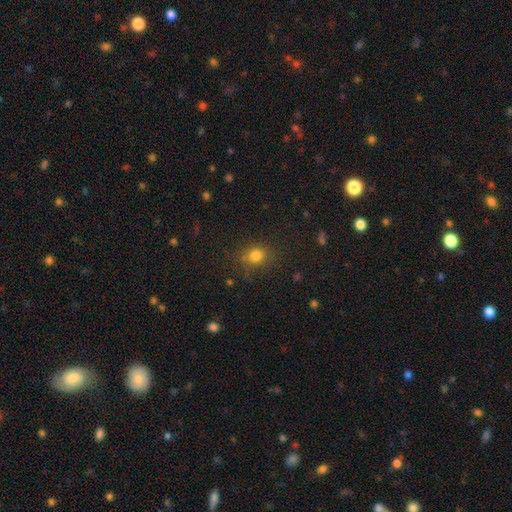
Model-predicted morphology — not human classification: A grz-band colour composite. It shows a smooth galaxy with no disk features (78%) that is round (76%). Merging: none (77%).